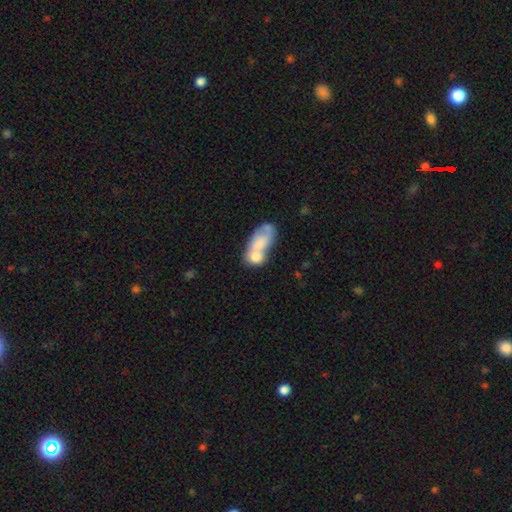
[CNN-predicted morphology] Smooth or featured: smooth — 66% (featured or disk — 27%)
How rounded: in between — 84% (round — 11%)
Merging: merger — 68% (none — 15%)